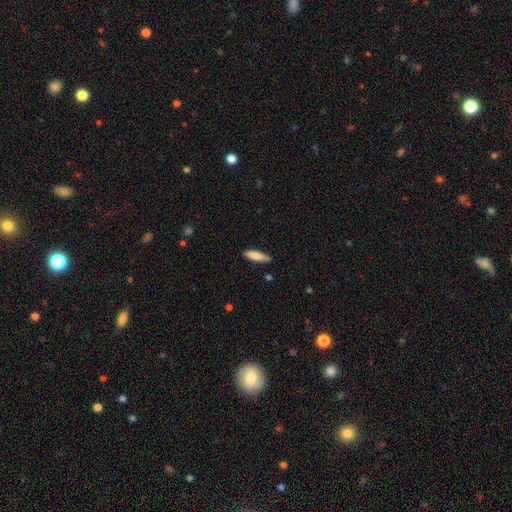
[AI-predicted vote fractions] Morphology: type=smooth (78%); roundness=cigar-shaped (64%); merging=none (78%).